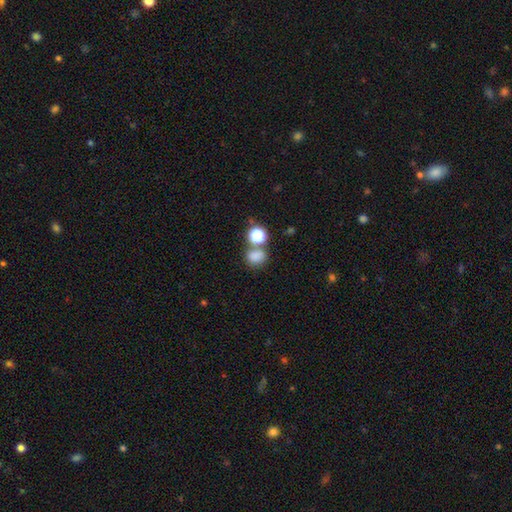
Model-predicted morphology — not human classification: smooth-or-featured: smooth: 79% | star or artifact: 15% | featured or disk: 6%
  how-rounded: round: 57% | in between: 41% | cigar-shaped: 1%
  merging: none: 52% | merger: 31% | minor disturbance: 11% | major disturbance: 5%